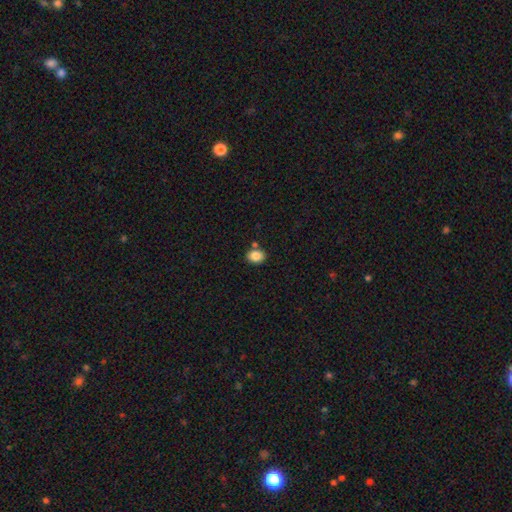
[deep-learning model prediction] A smooth galaxy with no disk features (85%) that is in between round and cigar-shaped (60%).

Vote fractions:
- Smooth or featured? smooth: 85% / star or artifact: 9% / featured or disk: 6%
- How rounded? in between: 60% / round: 39% / cigar-shaped: 1%
- Merging? none: 75% / merger: 11% / minor disturbance: 11% / major disturbance: 3%